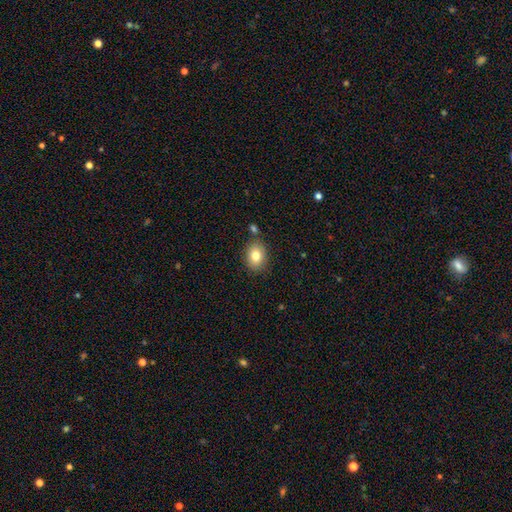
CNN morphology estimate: Smooth or featured?
  - smooth: 82% *
  - featured or disk: 9%
  - star or artifact: 9%
How rounded?
  - in between: 67% *
  - round: 32%
  - cigar-shaped: 1%
Merging?
  - none: 81% *
  - minor disturbance: 11%
  - merger: 5%
  - major disturbance: 3%